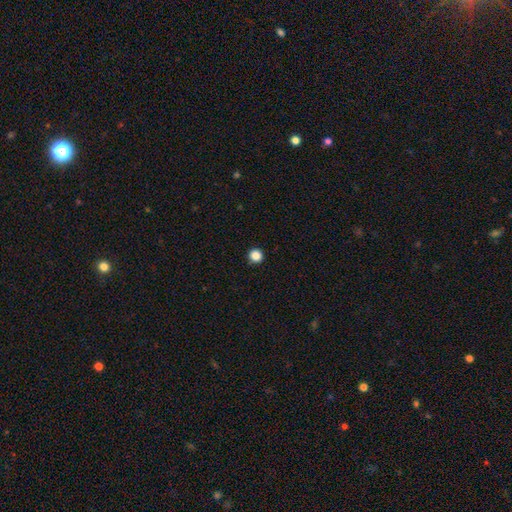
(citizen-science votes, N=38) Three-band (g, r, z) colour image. It shows a smooth galaxy with no disk features (92%) that is round (100%). Merging: none (94%).